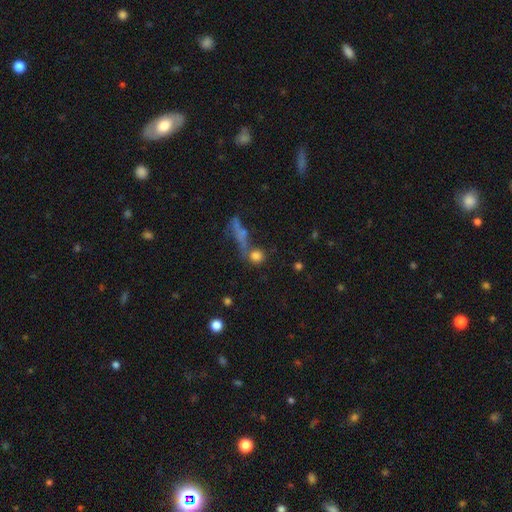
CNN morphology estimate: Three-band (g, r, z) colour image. It shows a smooth galaxy with no disk features (75%) that is round (79%). Merging: none (58%).